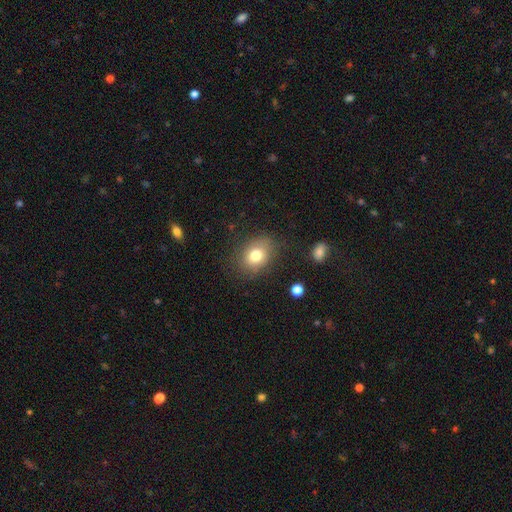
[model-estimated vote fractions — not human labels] smooth-or-featured: smooth: 77% | featured or disk: 12% | star or artifact: 10%
  how-rounded: in between: 56% | round: 43% | cigar-shaped: 1%
  merging: none: 77% | minor disturbance: 15% | major disturbance: 5% | merger: 2%